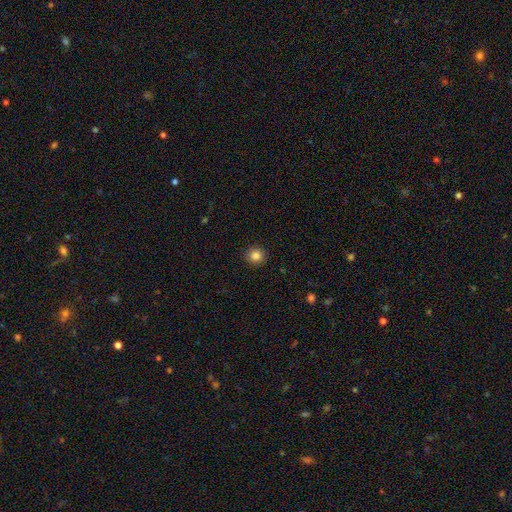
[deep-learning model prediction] smooth 84%, star or artifact 11%, featured or disk 5%. Down the decision tree: how rounded — round (92%); merging — none (92%).